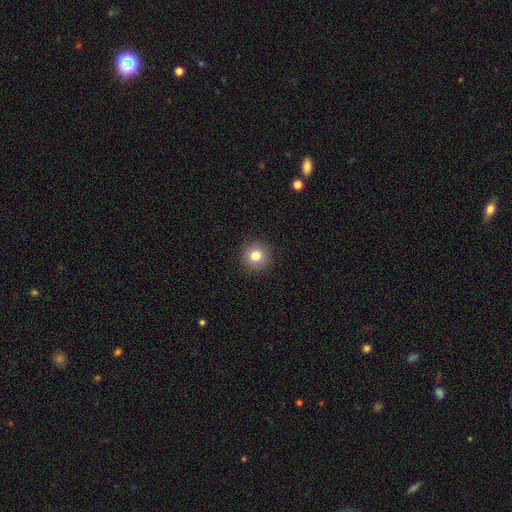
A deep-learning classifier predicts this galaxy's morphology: Smooth or featured?
  - smooth: 82% *
  - star or artifact: 11%
  - featured or disk: 7%
How rounded?
  - round: 94% *
  - in between: 5%
  - cigar-shaped: 1%
Merging?
  - none: 92% *
  - minor disturbance: 5%
  - major disturbance: 2%
  - merger: 1%